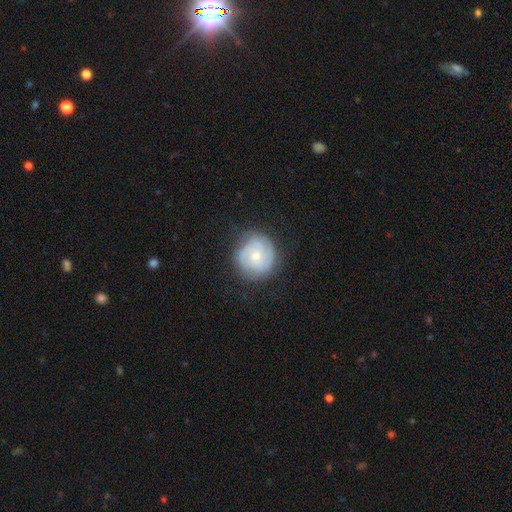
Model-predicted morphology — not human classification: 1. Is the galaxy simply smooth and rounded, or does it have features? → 63% featured or disk, 30% smooth, 7% star or artifact.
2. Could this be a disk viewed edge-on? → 98% no, 2% yes.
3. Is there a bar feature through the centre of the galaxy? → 76% no, 21% weak, 3% strong.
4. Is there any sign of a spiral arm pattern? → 89% yes, 11% no.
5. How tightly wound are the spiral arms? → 64% tight, 28% medium, 8% loose.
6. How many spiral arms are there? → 30% can't tell, 29% 2, 25% 3, 7% 4, 5% 1, 4% more than 4.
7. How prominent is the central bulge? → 56% small, 40% moderate, 2% large, 2% none, 1% dominant.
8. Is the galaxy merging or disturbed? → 79% none, 15% minor disturbance, 5% major disturbance, 1% merger.